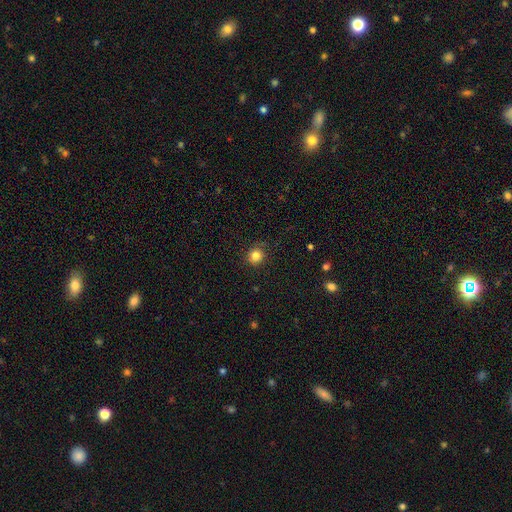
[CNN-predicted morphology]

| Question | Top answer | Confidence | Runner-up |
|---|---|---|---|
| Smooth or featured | smooth | 82% | star or artifact (12%) |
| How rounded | round | 92% | in between (7%) |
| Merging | none | 87% | minor disturbance (9%) |